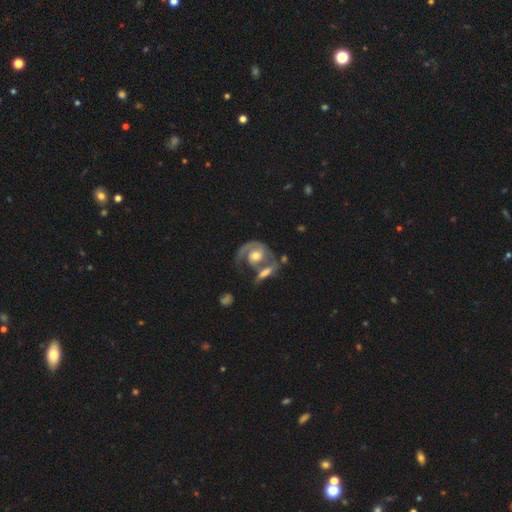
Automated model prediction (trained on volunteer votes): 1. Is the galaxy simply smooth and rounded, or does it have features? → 78% featured or disk, 17% smooth, 5% star or artifact.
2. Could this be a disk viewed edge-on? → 96% no, 4% yes.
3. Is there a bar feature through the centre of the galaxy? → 66% no, 27% weak, 8% strong.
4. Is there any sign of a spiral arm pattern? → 87% yes, 13% no.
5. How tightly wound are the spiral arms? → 44% tight, 37% medium, 19% loose.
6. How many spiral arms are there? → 61% 1, 27% 2, 8% can't tell, 2% 3, 1% 4, 1% more than 4.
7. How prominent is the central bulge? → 68% moderate, 15% small, 14% large, 2% none, 2% dominant.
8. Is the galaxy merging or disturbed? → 42% merger, 28% none, 18% major disturbance, 12% minor disturbance.